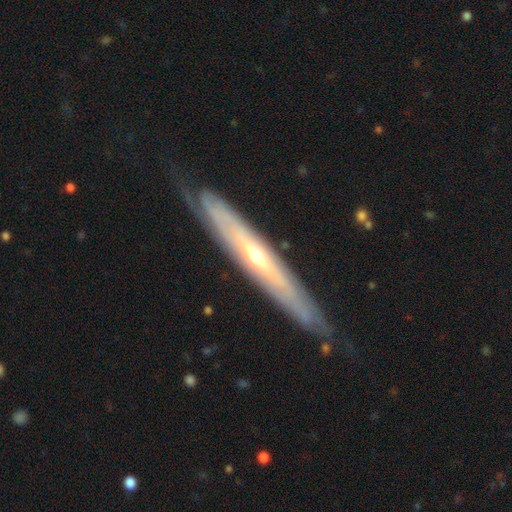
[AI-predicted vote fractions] Smooth or featured: featured or disk — 78% (smooth — 16%)
Edge-on disk: yes — 66% (no — 34%)
Edge-on bulge: rounded — 69% (none — 29%)
Merging: none — 77% (minor disturbance — 16%)